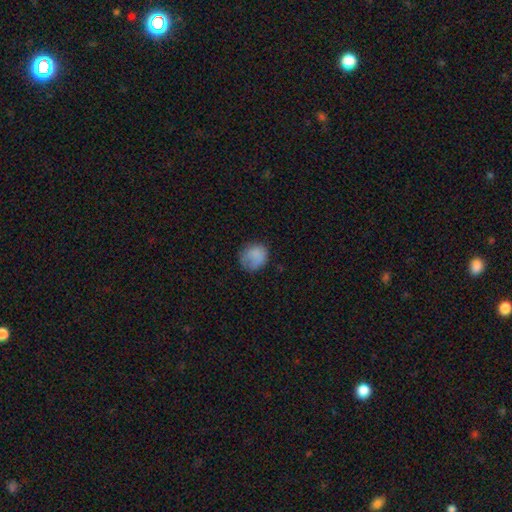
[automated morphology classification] Smooth or featured: smooth — 82% (featured or disk — 10%)
How rounded: round — 78% (in between — 21%)
Merging: none — 65% (minor disturbance — 24%)